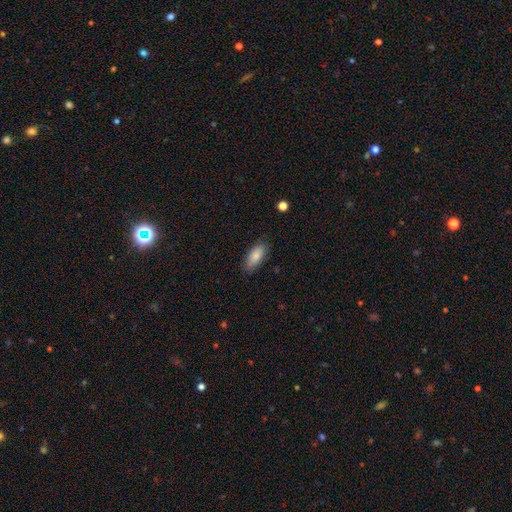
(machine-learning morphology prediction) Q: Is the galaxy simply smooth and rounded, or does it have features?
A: smooth — 83%.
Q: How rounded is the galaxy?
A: in between — 84%.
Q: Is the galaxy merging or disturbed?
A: none — 82%.